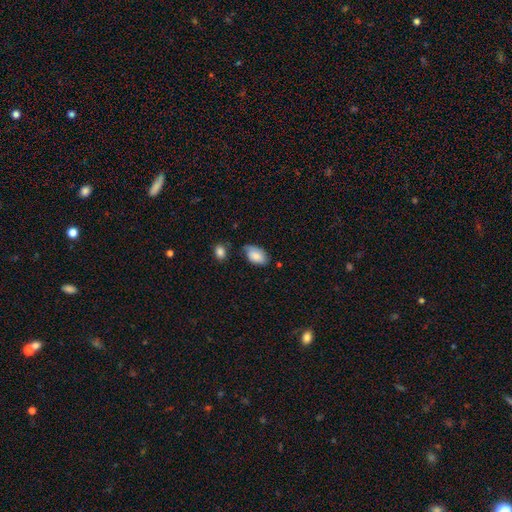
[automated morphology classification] smooth-or-featured: smooth: 81% | featured or disk: 12% | star or artifact: 7%
  how-rounded: in between: 93% | round: 5% | cigar-shaped: 2%
  merging: none: 56% | minor disturbance: 32% | major disturbance: 7% | merger: 5%